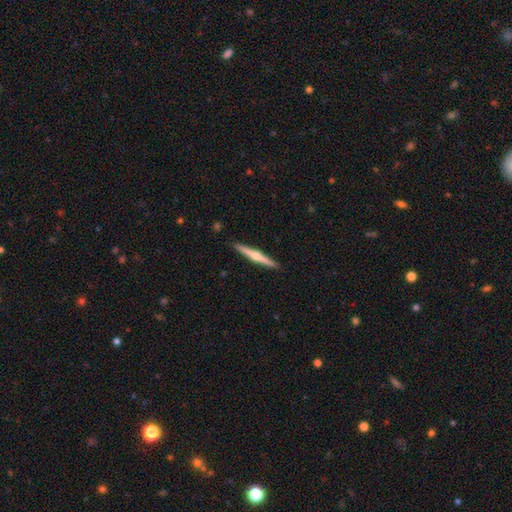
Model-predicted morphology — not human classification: type=featured or disk (70%); edge-on=yes (98%); edge-on bulge=rounded (90%); merging=none (92%).